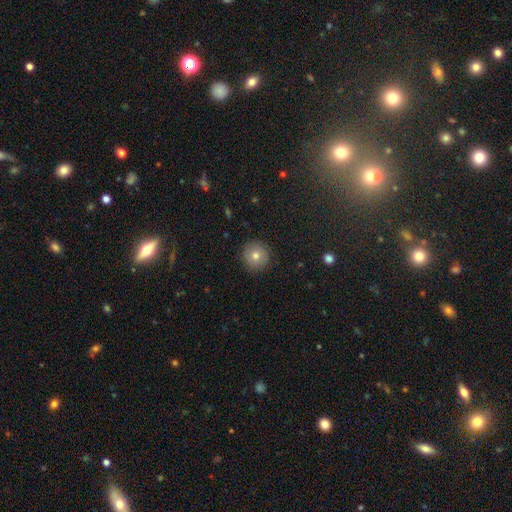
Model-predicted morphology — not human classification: Overall: smooth (76%). How rounded: round (95%). Merging: none (91%).